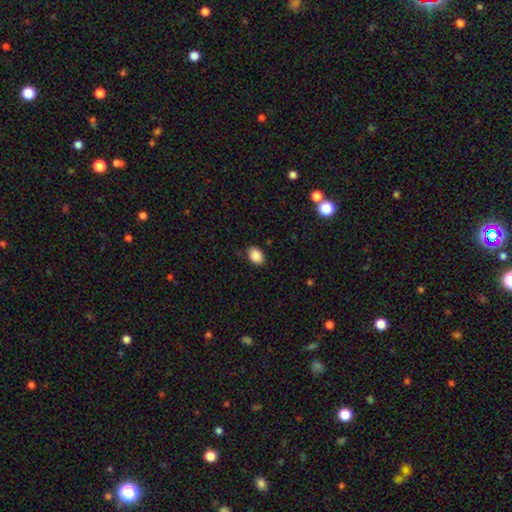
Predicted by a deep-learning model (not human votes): Q: Smooth or featured?
A: smooth (88%); runner-up: star or artifact (8%)
Q: How rounded?
A: in between (73%); runner-up: round (27%)
Q: Merging?
A: none (83%); runner-up: minor disturbance (13%)